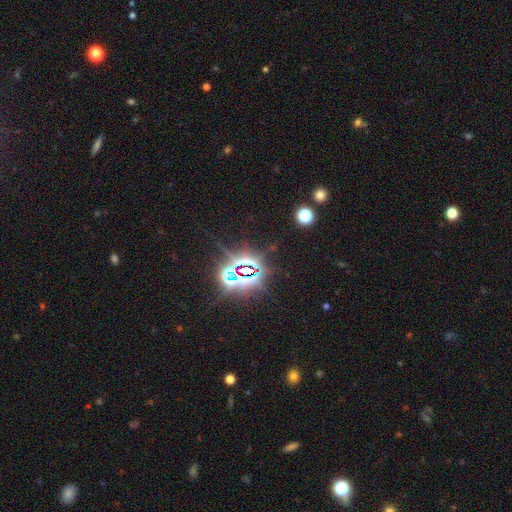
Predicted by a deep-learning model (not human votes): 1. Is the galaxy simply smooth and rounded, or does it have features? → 83% star or artifact, 11% smooth, 7% featured or disk.